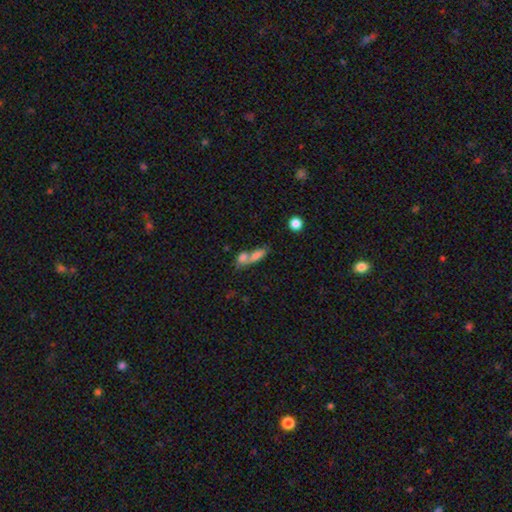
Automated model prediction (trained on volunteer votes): smooth 73%, featured or disk 16%, star or artifact 11%. Down the decision tree: how rounded — in between (63%); merging — merger (61%).